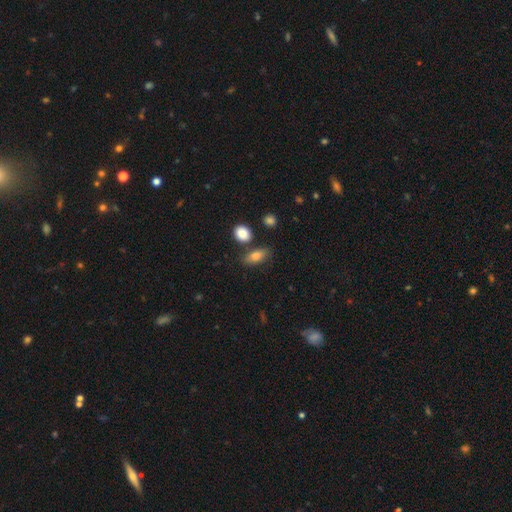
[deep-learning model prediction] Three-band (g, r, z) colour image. It shows a smooth galaxy with no disk features (79%) that is in between round and cigar-shaped (79%). Merging: none (72%).